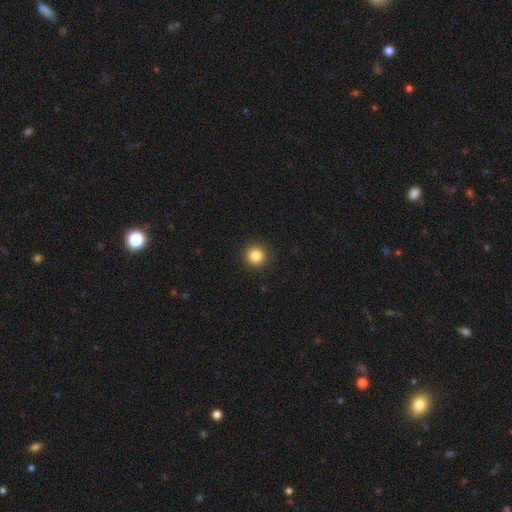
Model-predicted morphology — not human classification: Smooth or featured: smooth — 84% (star or artifact — 11%)
How rounded: round — 95% (in between — 4%)
Merging: none — 92% (minor disturbance — 5%)